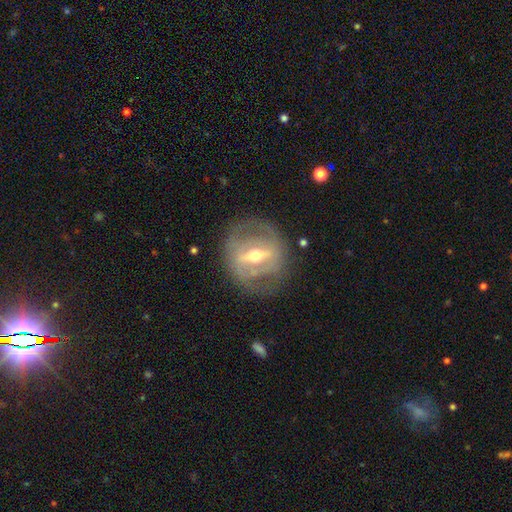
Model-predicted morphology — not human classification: A featured or disk galaxy (81%) with a strong bar (71%), no spiral arms (54%) and a moderate central bulge (70%). Merging: none (73%).